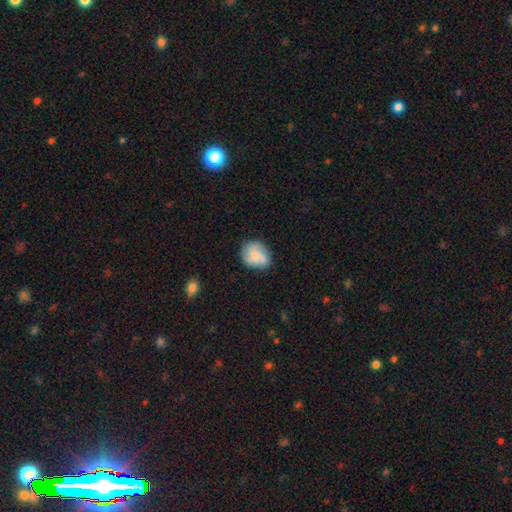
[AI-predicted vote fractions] This is possibly a smooth galaxy (59%). How rounded: possibly round (60%). Merging: likely none (68%).